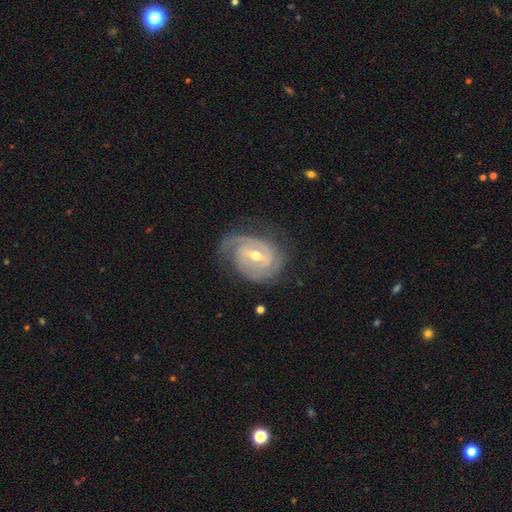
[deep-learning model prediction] A featured or disk galaxy (89%) with a weak bar (51%), 2 (52%) tight (63%) spiral arms (96%) and a moderate central bulge (59%). Merging: none (68%).